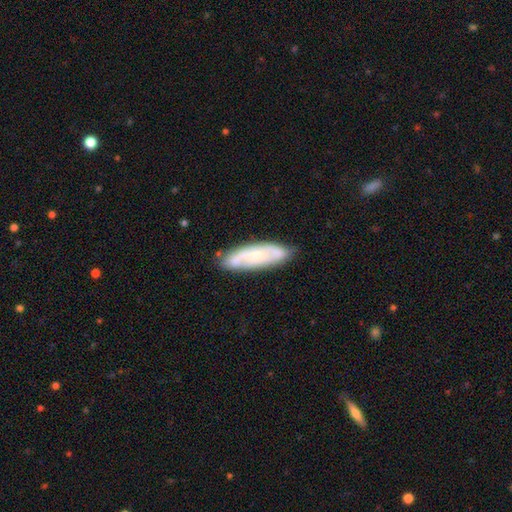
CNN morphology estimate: Q: Smooth or featured?
A: featured or disk (60%); runner-up: smooth (33%)
Q: Edge-on disk?
A: no (80%); runner-up: yes (20%)
Q: Merging?
A: none (77%); runner-up: minor disturbance (17%)